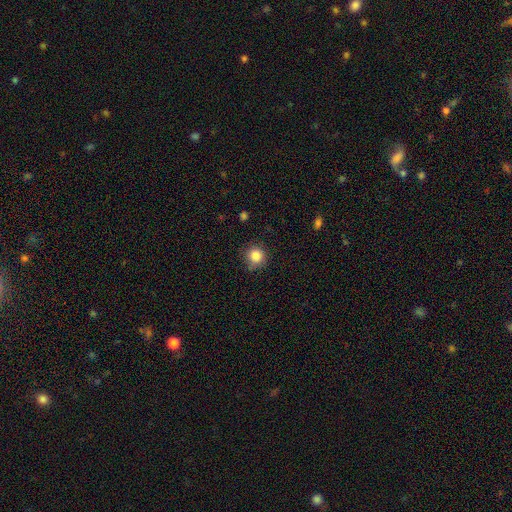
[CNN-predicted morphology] Smooth or featured?
  - smooth: 85% *
  - star or artifact: 11%
  - featured or disk: 4%
How rounded?
  - round: 92% *
  - in between: 7%
  - cigar-shaped: 1%
Merging?
  - none: 84% *
  - minor disturbance: 12%
  - major disturbance: 3%
  - merger: 1%